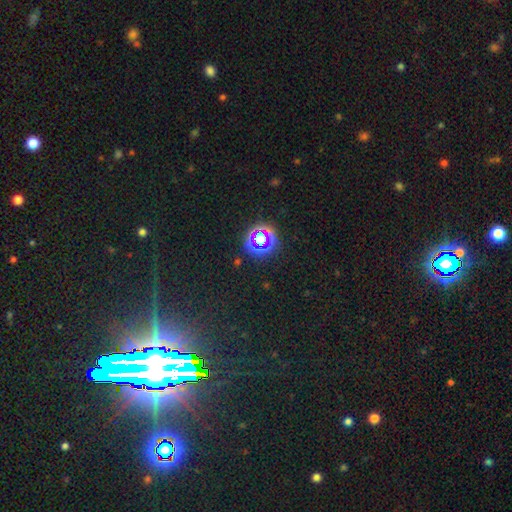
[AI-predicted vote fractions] smooth-or-featured: star or artifact: 70% | smooth: 18% | featured or disk: 12%